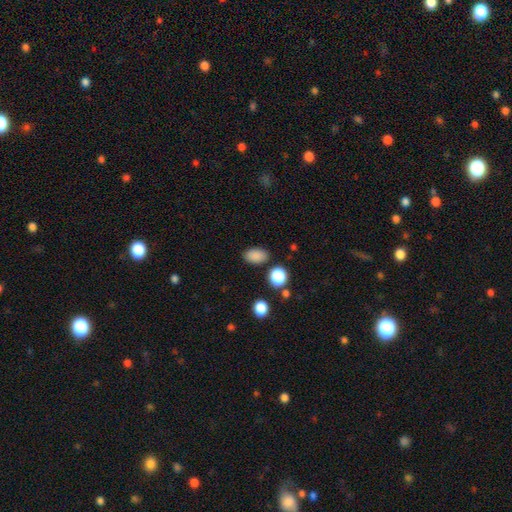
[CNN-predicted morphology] Smooth or featured?
  - smooth: 85% *
  - star or artifact: 11%
  - featured or disk: 4%
How rounded?
  - in between: 87% *
  - round: 12%
  - cigar-shaped: 1%
Merging?
  - none: 84% *
  - minor disturbance: 10%
  - merger: 3%
  - major disturbance: 3%